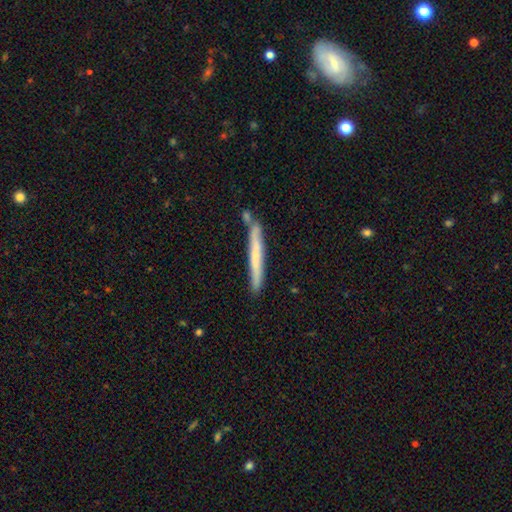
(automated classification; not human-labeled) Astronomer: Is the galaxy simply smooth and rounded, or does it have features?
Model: smooth — 55% (runner-up: featured or disk, 39%).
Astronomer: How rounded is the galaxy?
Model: cigar-shaped — 97%.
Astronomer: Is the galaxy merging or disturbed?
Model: none — 80%.